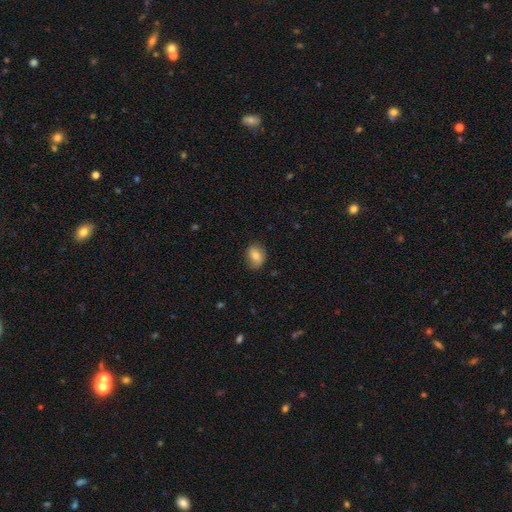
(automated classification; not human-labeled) This appears to be a smooth galaxy with no disk features (75%) that is in between round and cigar-shaped (57%). Merging: none (75%).